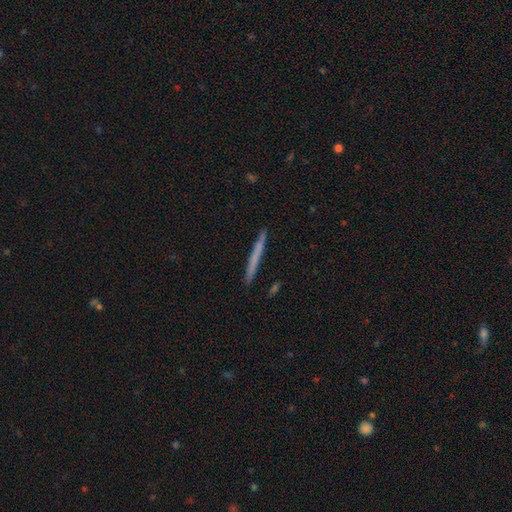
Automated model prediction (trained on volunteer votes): Smooth or featured: smooth — 57% (featured or disk — 36%)
How rounded: cigar-shaped — 97% (in between — 2%)
Merging: none — 91% (minor disturbance — 7%)